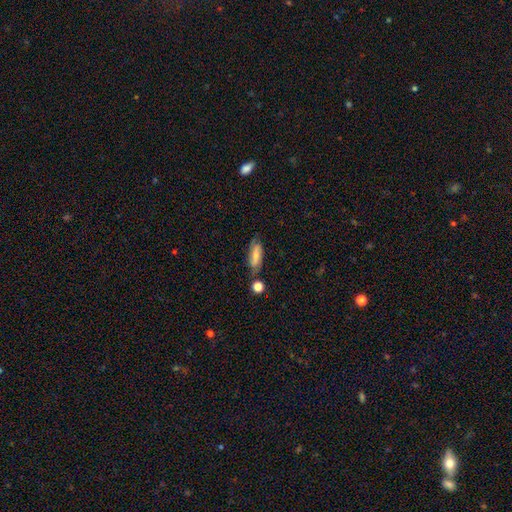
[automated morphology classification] Smooth or featured: smooth — 64% (featured or disk — 28%)
How rounded: in between — 66% (cigar-shaped — 30%)
Merging: none — 67% (minor disturbance — 20%)